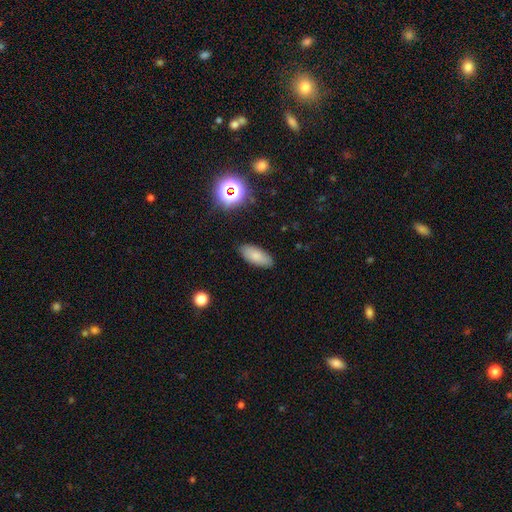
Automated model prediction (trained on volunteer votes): smooth-or-featured: smooth: 81% | featured or disk: 10% | star or artifact: 9%
  how-rounded: in between: 84% | cigar-shaped: 13% | round: 2%
  merging: none: 86% | minor disturbance: 11% | major disturbance: 2% | merger: 1%